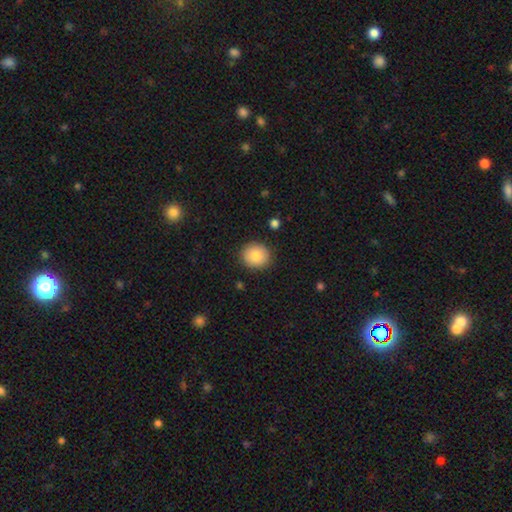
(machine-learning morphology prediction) A smooth galaxy with no disk features (84%) that is round (86%). Merging: none (89%).